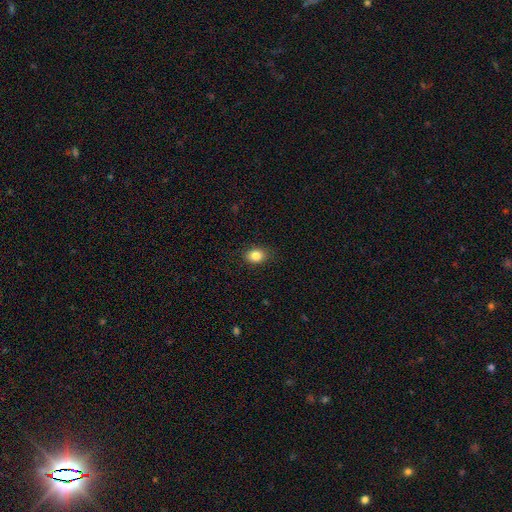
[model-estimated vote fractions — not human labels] Smooth or featured: smooth — 84% (star or artifact — 10%)
How rounded: in between — 61% (round — 38%)
Merging: none — 86% (minor disturbance — 11%)